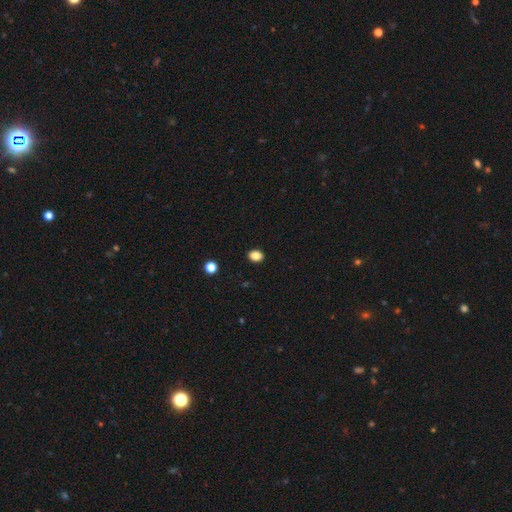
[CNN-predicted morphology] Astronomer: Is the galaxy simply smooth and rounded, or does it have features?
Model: smooth — 86%.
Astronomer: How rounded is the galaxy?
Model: in between — 58% (runner-up: round, 41%).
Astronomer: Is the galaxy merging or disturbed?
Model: none — 91%.